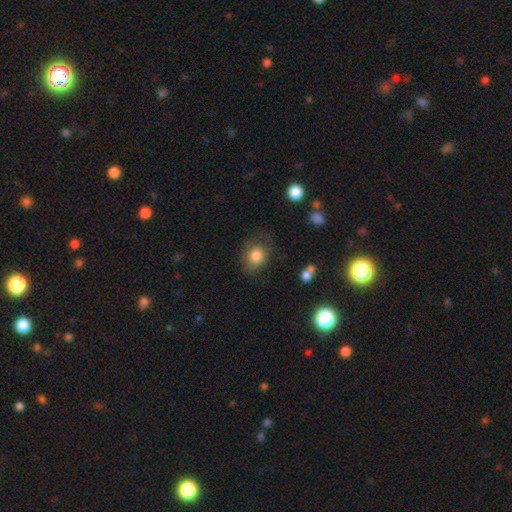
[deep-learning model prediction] Smooth or featured? smooth (82%)
How rounded? round (60%)
Merging? none (72%)